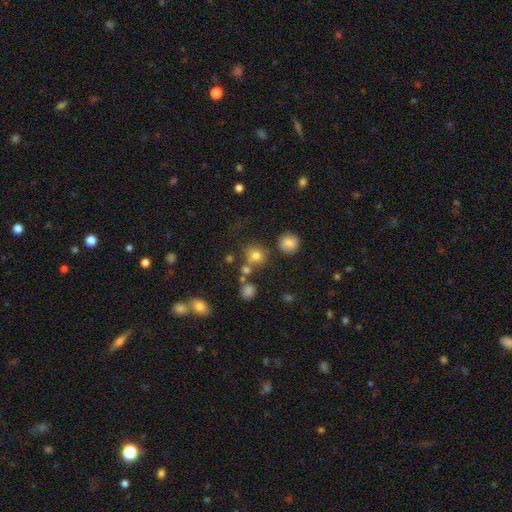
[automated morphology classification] A smooth galaxy with no disk features (74%) that is round (83%). Merging: none (65%).